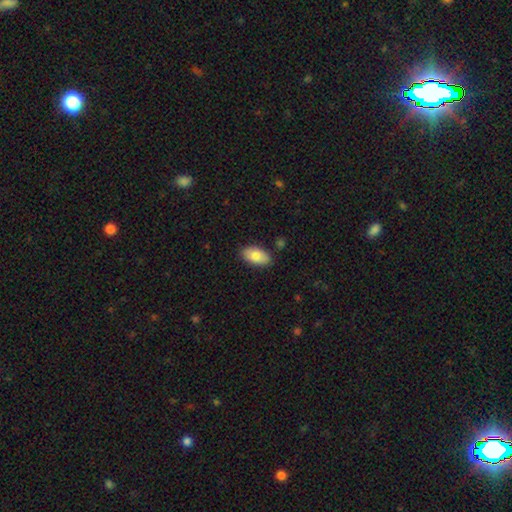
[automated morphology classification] smooth_or_featured: smooth (p=0.80) [alt: featured or disk p=0.13]
how_rounded: in between (p=0.94) [alt: round p=0.04]
merging: none (p=0.85) [alt: minor disturbance p=0.11]